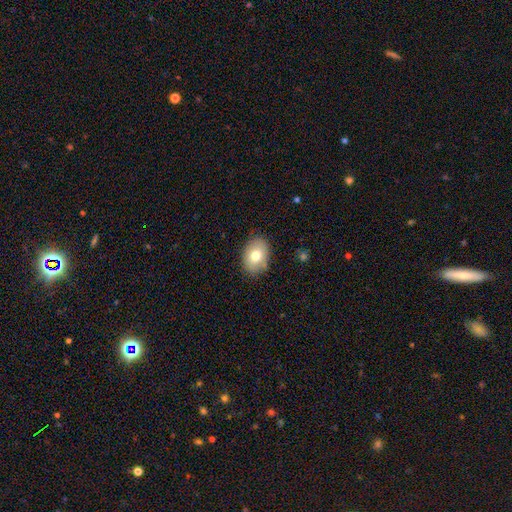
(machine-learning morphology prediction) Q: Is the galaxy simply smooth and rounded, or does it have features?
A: smooth — 75%.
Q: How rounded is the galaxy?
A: in between — 80%.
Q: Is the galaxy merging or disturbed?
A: none — 84%.